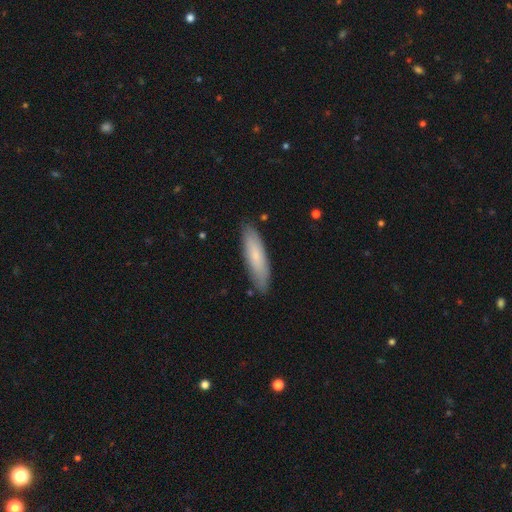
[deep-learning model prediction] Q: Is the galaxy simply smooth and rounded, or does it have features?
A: smooth — 73%.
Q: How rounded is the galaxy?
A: cigar-shaped — 68%.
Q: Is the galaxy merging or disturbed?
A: none — 84%.